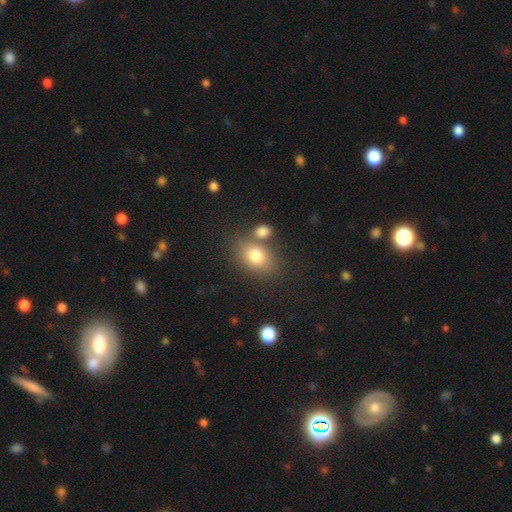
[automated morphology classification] Overall: smooth (79%). How rounded: in between (77%). Merging: none (60%; merger 23%).